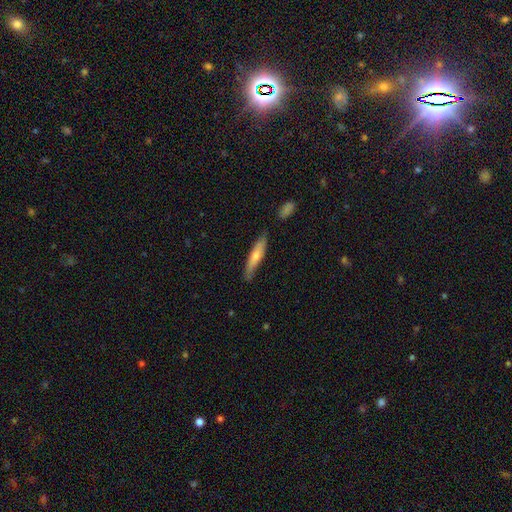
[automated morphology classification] A smooth galaxy with no disk features (63%) that is cigar-shaped (86%).

Vote fractions:
- Smooth or featured? smooth: 63% / featured or disk: 32% / star or artifact: 6%
- How rounded? cigar-shaped: 86% / in between: 13% / round: 1%
- Merging? none: 78% / minor disturbance: 16% / merger: 4% / major disturbance: 3%